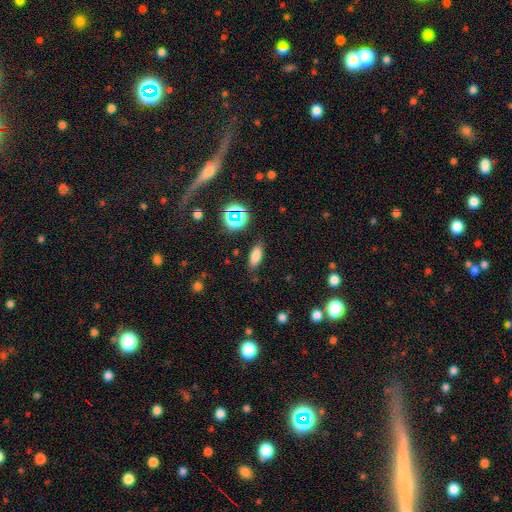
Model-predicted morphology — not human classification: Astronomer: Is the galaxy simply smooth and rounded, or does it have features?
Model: smooth — 77%.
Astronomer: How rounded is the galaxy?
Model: in between — 71%.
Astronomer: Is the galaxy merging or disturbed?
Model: none — 84%.